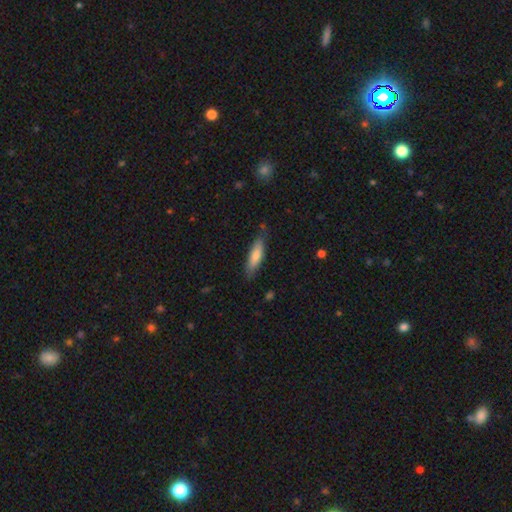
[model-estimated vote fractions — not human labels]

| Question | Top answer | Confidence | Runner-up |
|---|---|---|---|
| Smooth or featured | smooth | 78% | featured or disk (17%) |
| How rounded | cigar-shaped | 65% | in between (34%) |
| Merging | none | 79% | minor disturbance (16%) |